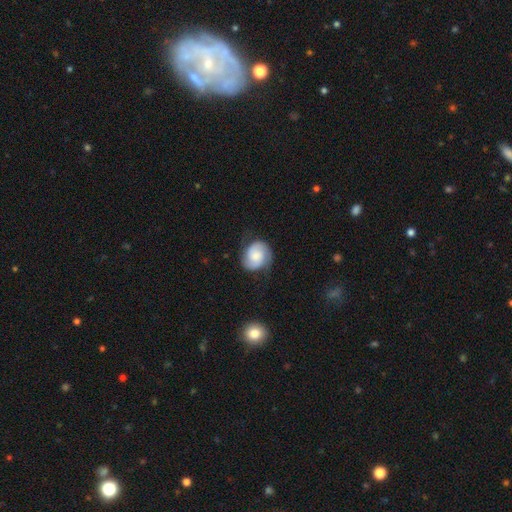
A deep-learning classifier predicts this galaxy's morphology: Q: Smooth or featured?
A: featured or disk (53%); runner-up: smooth (39%)
Q: Edge-on disk?
A: no (98%); runner-up: yes (2%)
Q: Bar?
A: no (63%); runner-up: weak (32%)
Q: Spiral arms?
A: yes (92%); runner-up: no (8%)
Q: Bulge size?
A: moderate (38%); runner-up: small (26%)
Q: Merging?
A: none (72%); runner-up: minor disturbance (20%)